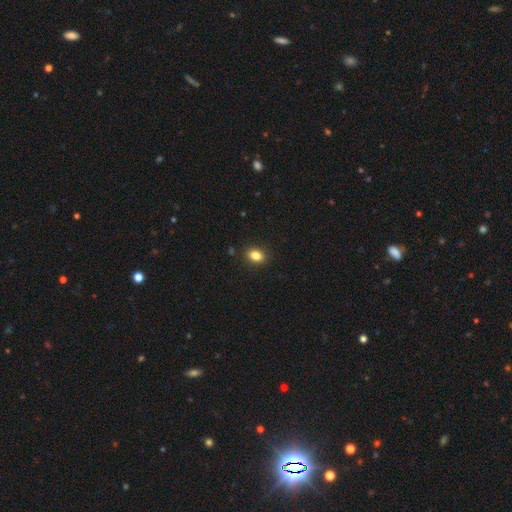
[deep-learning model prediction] smooth_or_featured: smooth (p=0.84) [alt: star or artifact p=0.10]
how_rounded: in between (p=0.70) [alt: round p=0.29]
merging: none (p=0.89) [alt: minor disturbance p=0.08]